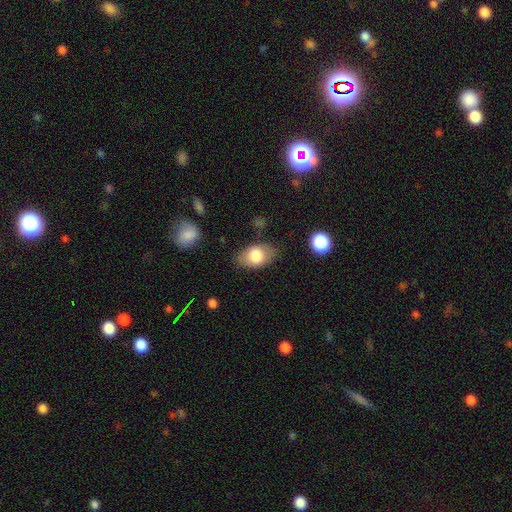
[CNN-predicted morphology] Smooth or featured? Predicted: smooth (p=0.75). How rounded? Predicted: in between (p=0.89). Merging? Predicted: none (p=0.79).